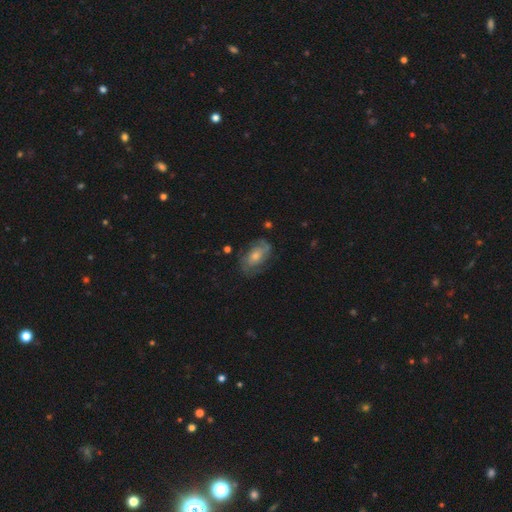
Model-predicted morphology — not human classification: type=featured or disk (61%); edge-on=no (94%); bar=no (66%); spiral arms=yes (82%); bulge=moderate (57%); merging=none (72%).